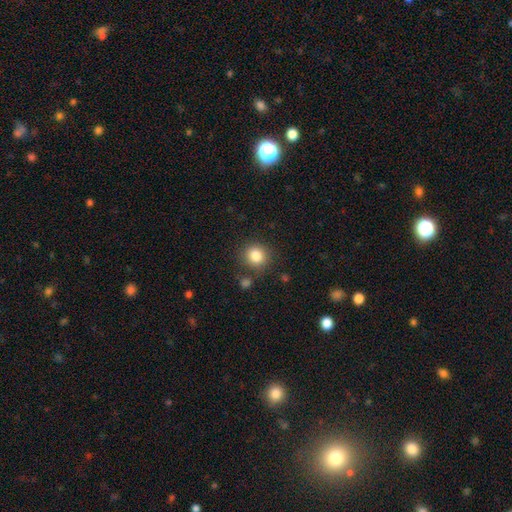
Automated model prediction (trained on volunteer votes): Morphology: type=smooth (83%); roundness=round (88%); merging=none (81%).